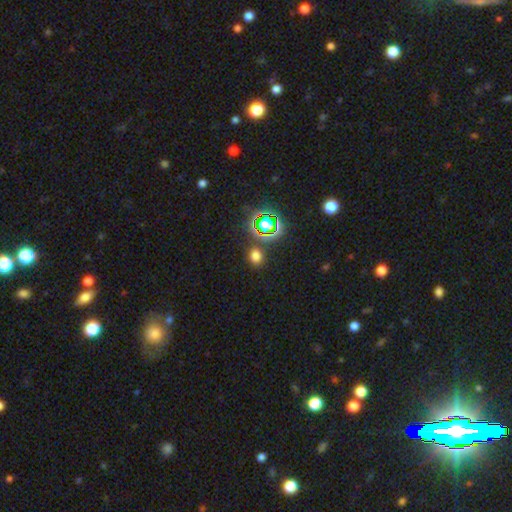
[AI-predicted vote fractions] Smooth or featured? Predicted: smooth (p=0.65). How rounded? Predicted: round (p=0.66). Merging? Predicted: none (p=0.83).